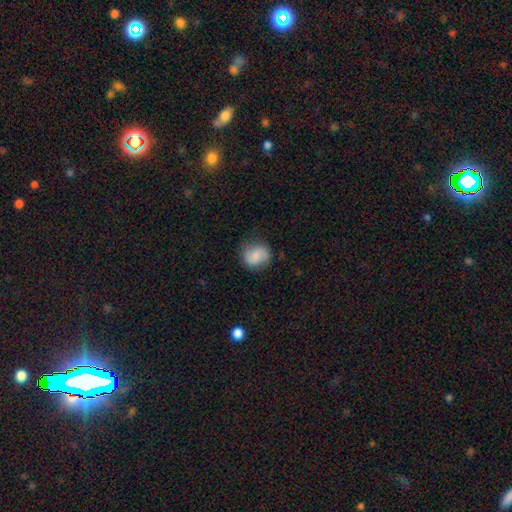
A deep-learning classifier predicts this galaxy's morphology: Smooth or featured?
  - smooth: 69% *
  - featured or disk: 23%
  - star or artifact: 8%
How rounded?
  - round: 75% *
  - in between: 24%
  - cigar-shaped: 1%
Merging?
  - none: 75% *
  - minor disturbance: 18%
  - major disturbance: 5%
  - merger: 1%